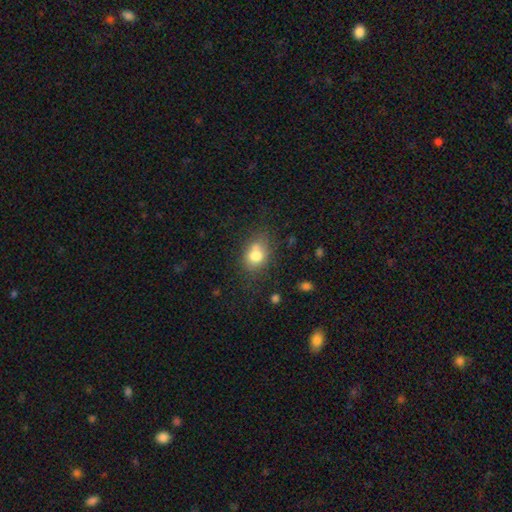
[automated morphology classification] The model was most divided on "how rounded": in between: 53%, round: 46%, cigar-shaped: 1%. More confident: smooth or featured — smooth (76%); merging — none (52%).